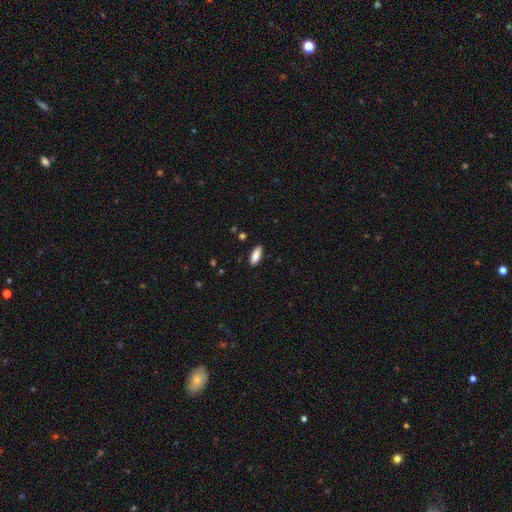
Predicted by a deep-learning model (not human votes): Smooth or featured? smooth (87%)
How rounded? in between (81%)
Merging? none (88%)